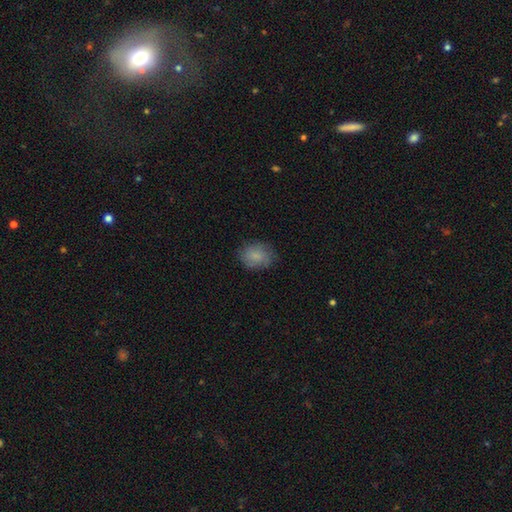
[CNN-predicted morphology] smooth 82%, featured or disk 10%, star or artifact 8%. Down the decision tree: how rounded — in between (56%); merging — none (76%).